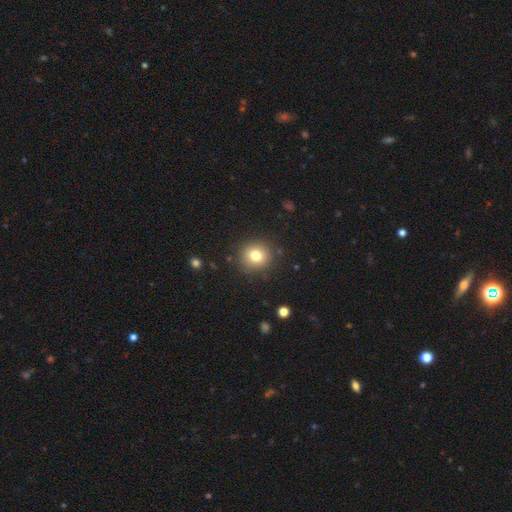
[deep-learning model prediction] Q: Smooth or featured?
A: smooth (78%); runner-up: star or artifact (12%)
Q: How rounded?
A: round (88%); runner-up: in between (11%)
Q: Merging?
A: none (88%); runner-up: minor disturbance (8%)